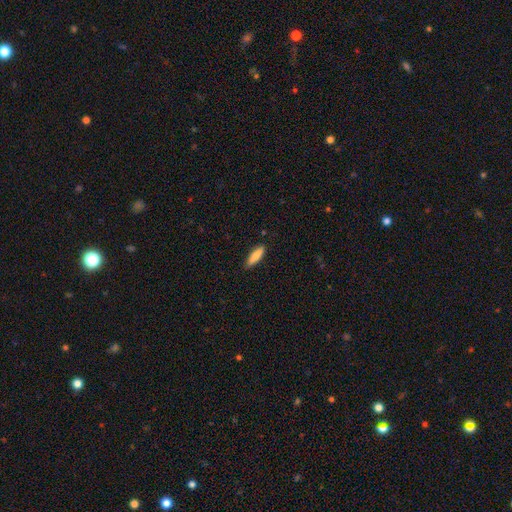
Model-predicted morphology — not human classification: Smooth or featured?
  - smooth: 82% *
  - featured or disk: 12%
  - star or artifact: 6%
How rounded?
  - cigar-shaped: 62% *
  - in between: 36%
  - round: 2%
Merging?
  - none: 86% *
  - minor disturbance: 11%
  - major disturbance: 2%
  - merger: 1%